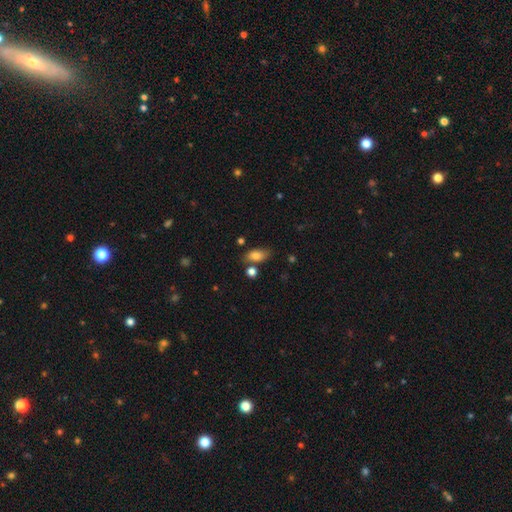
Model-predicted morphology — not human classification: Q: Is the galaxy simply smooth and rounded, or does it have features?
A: smooth — 80%.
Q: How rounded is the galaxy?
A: in between — 88%.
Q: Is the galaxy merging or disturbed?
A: none — 66%.